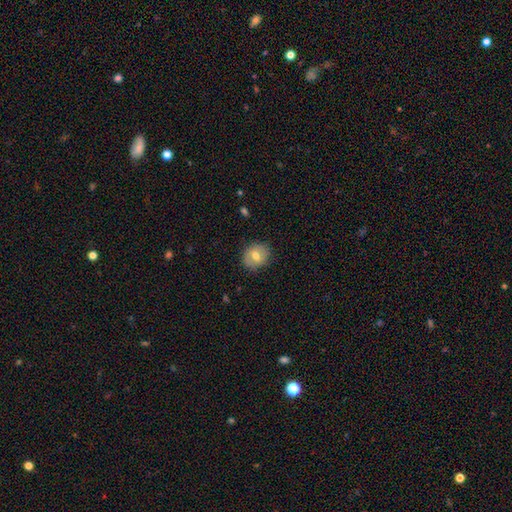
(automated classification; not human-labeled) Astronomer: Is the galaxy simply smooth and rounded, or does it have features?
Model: smooth — 66%.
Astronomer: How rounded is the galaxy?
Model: round — 74%.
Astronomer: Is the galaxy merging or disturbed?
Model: none — 84%.